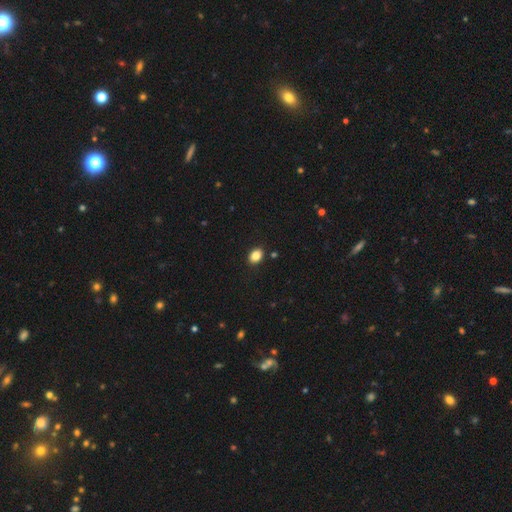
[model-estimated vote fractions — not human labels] Smooth or featured: smooth — 86% (star or artifact — 9%)
How rounded: in between — 71% (round — 28%)
Merging: none — 89% (minor disturbance — 8%)